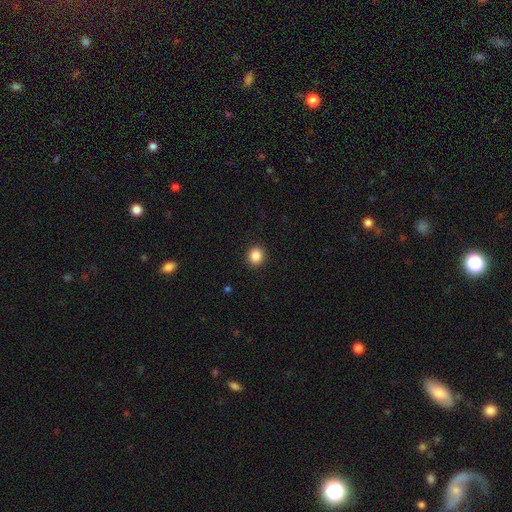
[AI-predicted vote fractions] smooth 87%, star or artifact 10%, featured or disk 3%. Down the decision tree: how rounded — round (88%); merging — none (92%).